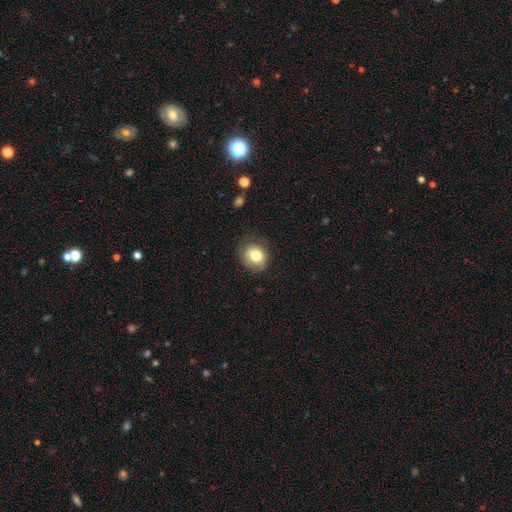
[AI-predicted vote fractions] A smooth galaxy with no disk features (80%) that is round (56%).

Vote fractions:
- Smooth or featured? smooth: 80% / featured or disk: 10% / star or artifact: 9%
- How rounded? round: 56% / in between: 44% / cigar-shaped: 1%
- Merging? none: 76% / minor disturbance: 18% / major disturbance: 5% / merger: 1%